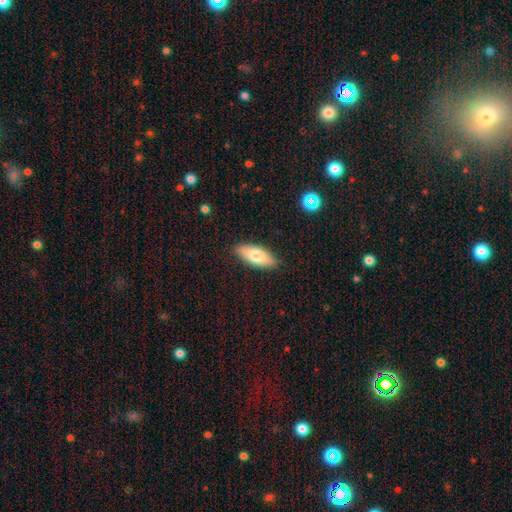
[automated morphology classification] Overall: smooth (73%). How rounded: in between (79%). Merging: none (88%).